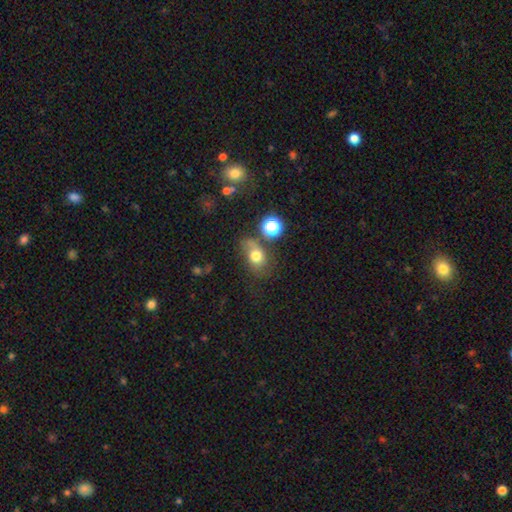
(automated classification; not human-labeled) smooth 68%, featured or disk 17%, star or artifact 15%. Down the decision tree: how rounded — in between (61%); merging — none (49%).